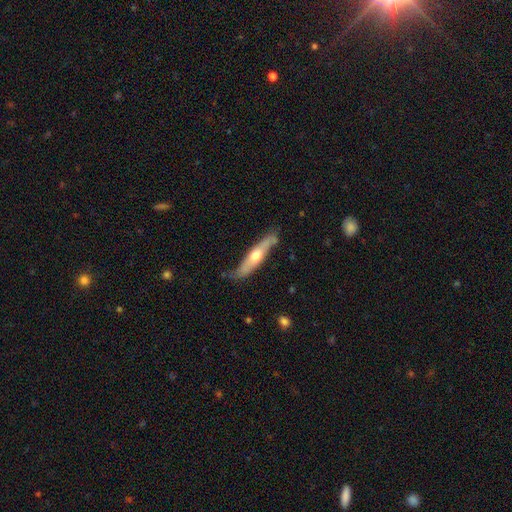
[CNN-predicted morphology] Overall: featured or disk (53%; smooth 42%). Edge-on disk: yes (79%). Merging: none (69%).